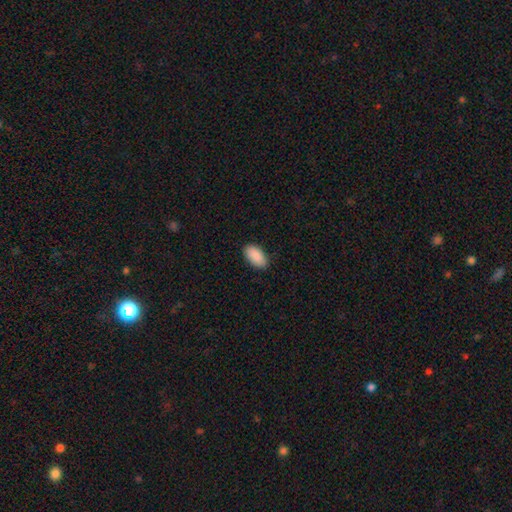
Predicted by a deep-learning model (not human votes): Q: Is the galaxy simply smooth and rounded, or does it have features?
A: smooth — 91%.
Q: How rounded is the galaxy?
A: in between — 95%.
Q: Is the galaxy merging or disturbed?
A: none — 87%.